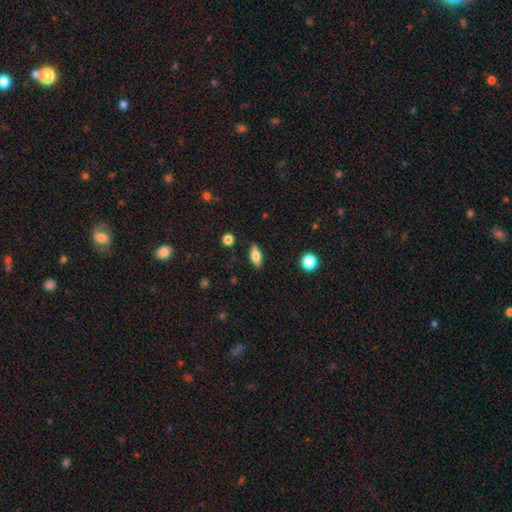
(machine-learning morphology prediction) A smooth galaxy with no disk features (71%) that is in between round and cigar-shaped (77%). Merging: none (87%).